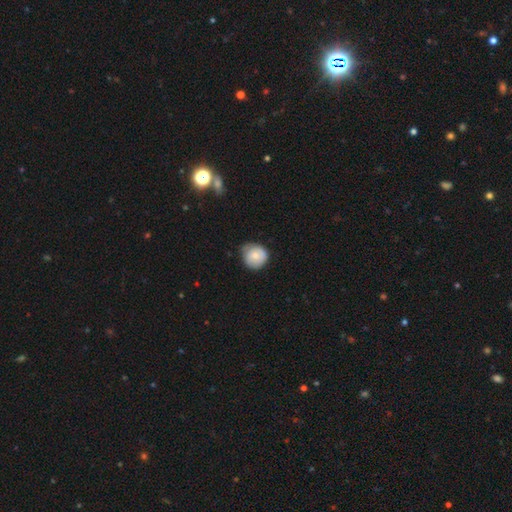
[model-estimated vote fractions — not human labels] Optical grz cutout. It shows a smooth galaxy with no disk features (75%) that is round (89%). Merging: none (61%).